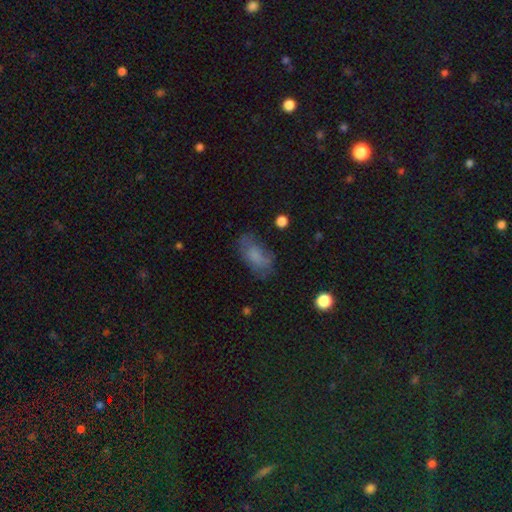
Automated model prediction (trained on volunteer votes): Morphology: type=smooth (68%); roundness=in between (90%); merging=none (59%).